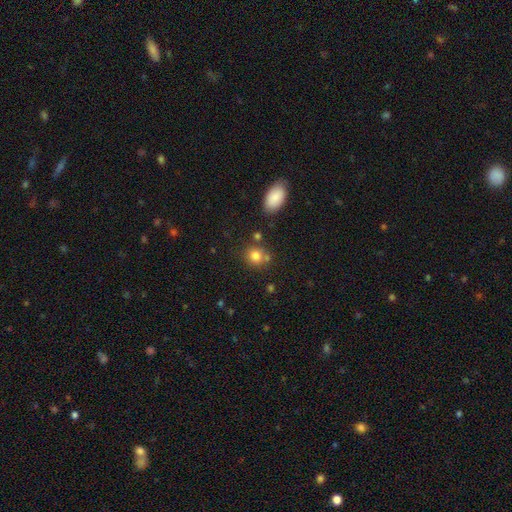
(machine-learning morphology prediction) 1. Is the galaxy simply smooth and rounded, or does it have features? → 80% smooth, 12% star or artifact, 8% featured or disk.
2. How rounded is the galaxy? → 77% round, 22% in between, 1% cigar-shaped.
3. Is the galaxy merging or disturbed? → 69% none, 14% merger, 13% minor disturbance, 4% major disturbance.